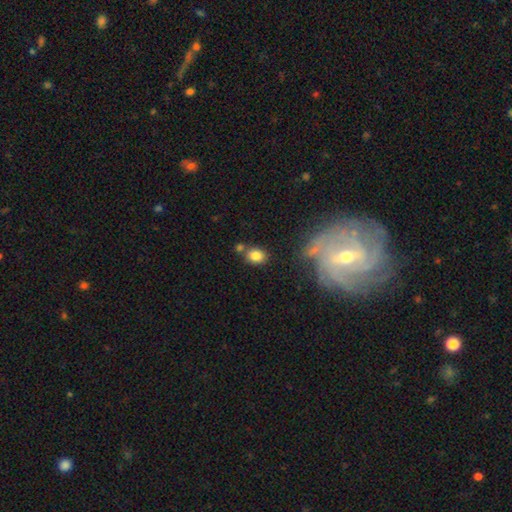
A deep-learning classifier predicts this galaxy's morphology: type=smooth (82%); roundness=in between (55%); merging=none (68%).